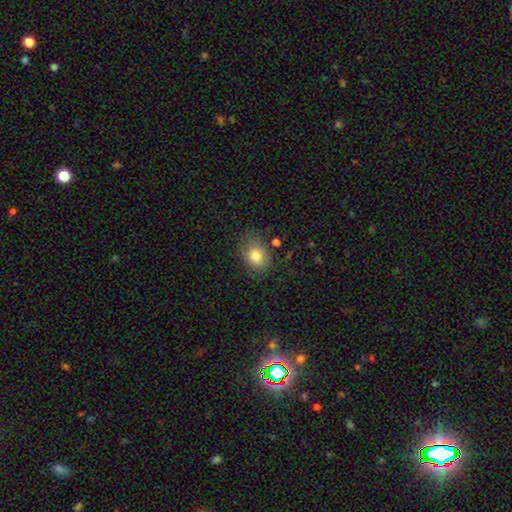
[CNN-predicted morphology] Overall: smooth (81%). How rounded: in between (59%; round 40%). Merging: none (70%).